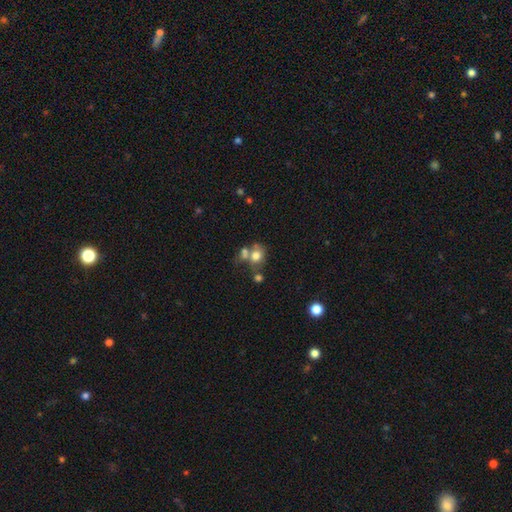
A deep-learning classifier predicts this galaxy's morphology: This is likely a smooth galaxy (72%). How rounded: possibly round (57%). Merging: marginally merger (41%).